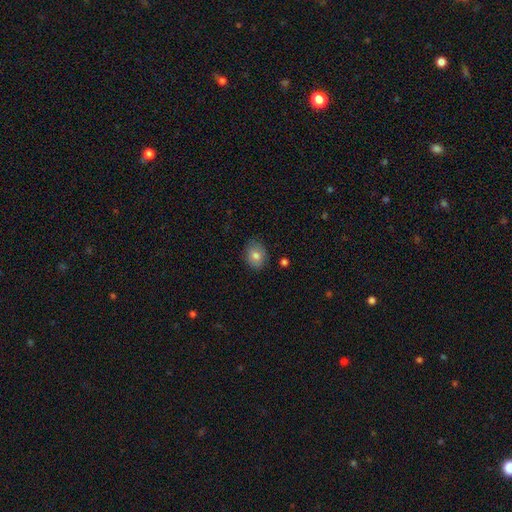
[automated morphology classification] A smooth galaxy with no disk features (79%) that is in between round and cigar-shaped (59%).

Vote fractions:
- Smooth or featured? smooth: 79% / featured or disk: 12% / star or artifact: 9%
- How rounded? in between: 59% / round: 40% / cigar-shaped: 1%
- Merging? none: 82% / minor disturbance: 14% / major disturbance: 3% / merger: 2%